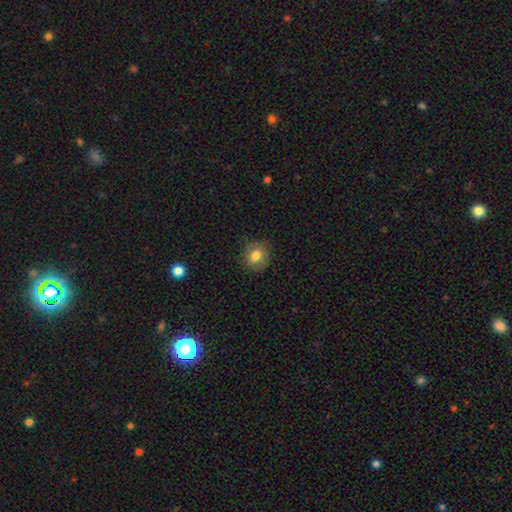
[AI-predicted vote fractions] Smooth or featured: smooth — 80% (featured or disk — 10%)
How rounded: round — 74% (in between — 25%)
Merging: none — 86% (minor disturbance — 10%)